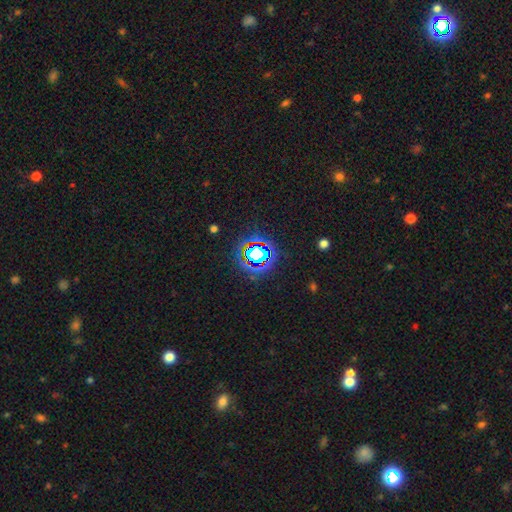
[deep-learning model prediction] Overall: star or artifact (71%).